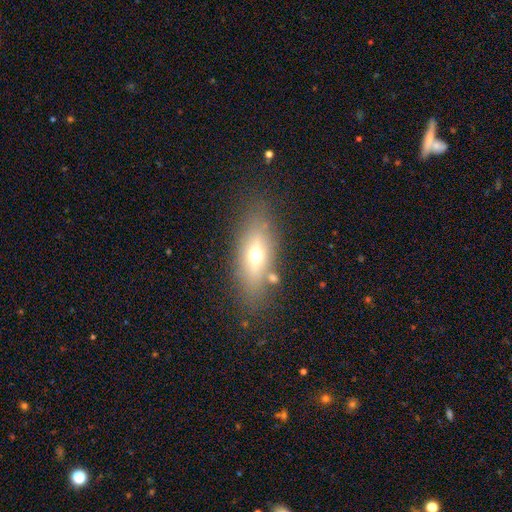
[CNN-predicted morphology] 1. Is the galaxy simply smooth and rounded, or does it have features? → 48% smooth, 41% featured or disk, 11% star or artifact.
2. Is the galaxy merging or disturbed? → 78% none, 12% minor disturbance, 5% major disturbance, 5% merger.